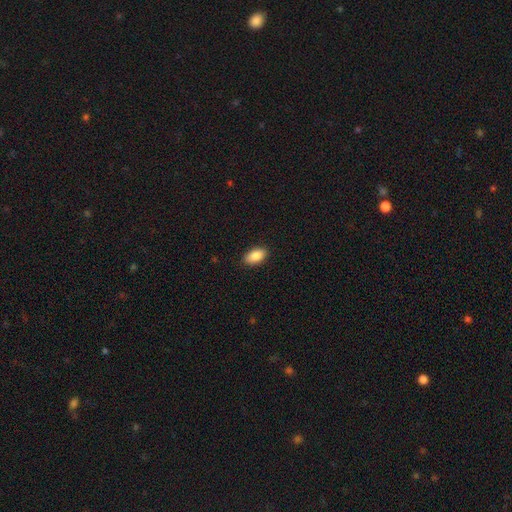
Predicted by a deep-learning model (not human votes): The model was most divided on "smooth or featured": smooth: 88%, star or artifact: 7%, featured or disk: 5%. More confident: how rounded — in between (93%); merging — none (89%).